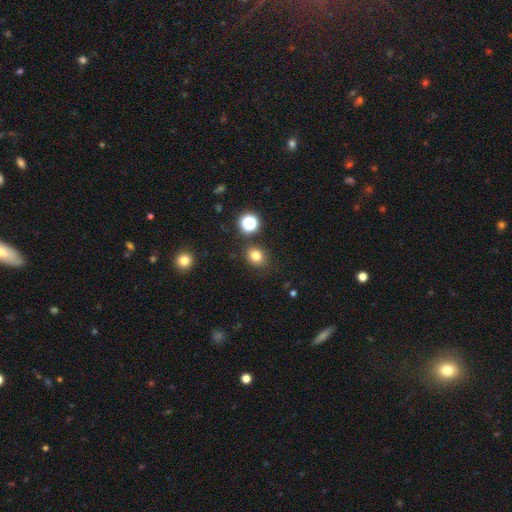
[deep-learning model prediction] smooth 78%, star or artifact 15%, featured or disk 6%. Down the decision tree: how rounded — round (61%); merging — none (83%).